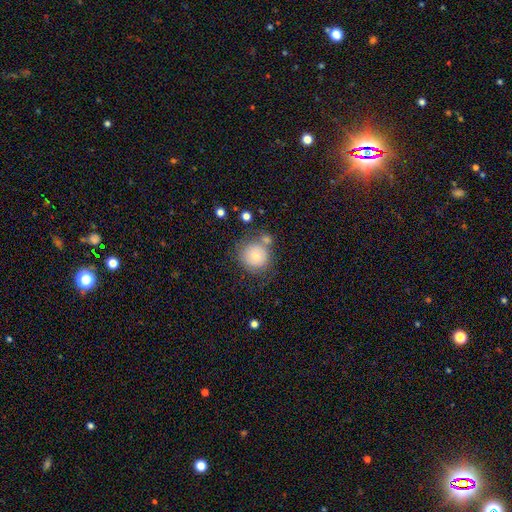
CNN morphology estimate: smooth-or-featured: smooth: 74% | featured or disk: 18% | star or artifact: 8%
  how-rounded: round: 90% | in between: 10% | cigar-shaped: 1%
  merging: none: 59% | minor disturbance: 17% | merger: 16% | major disturbance: 8%